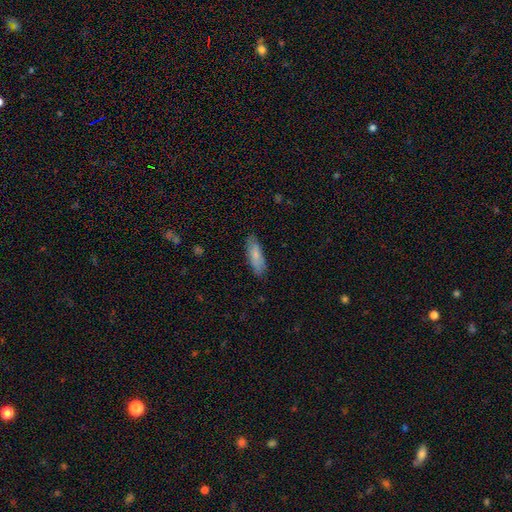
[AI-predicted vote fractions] The model was most divided on "how rounded": in between: 53%, cigar-shaped: 46%, round: 2%. More confident: merging — none (84%); smooth or featured — smooth (79%).